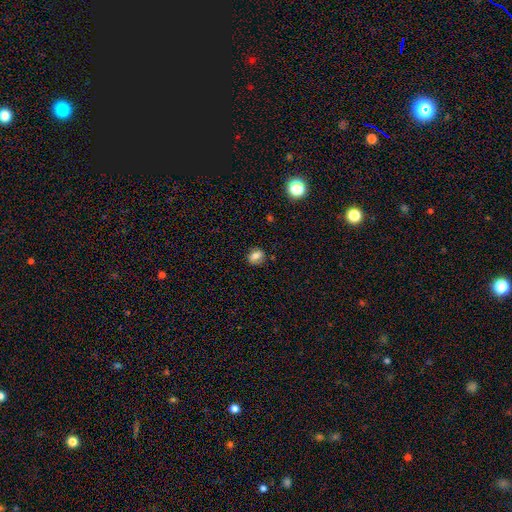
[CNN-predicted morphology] Smooth or featured?
  - smooth: 74% *
  - featured or disk: 15%
  - star or artifact: 12%
How rounded?
  - round: 60% *
  - in between: 39%
  - cigar-shaped: 1%
Merging?
  - none: 82% *
  - minor disturbance: 13%
  - major disturbance: 3%
  - merger: 2%